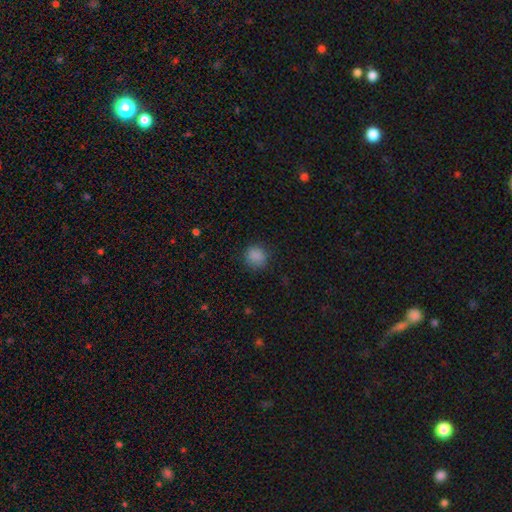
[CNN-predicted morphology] Smooth or featured? smooth (86%)
How rounded? round (88%)
Merging? none (85%)